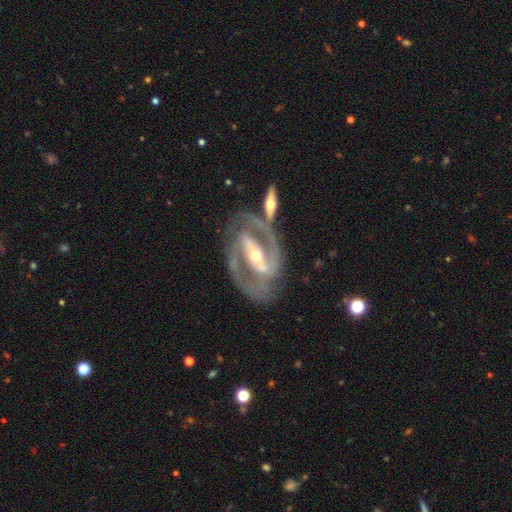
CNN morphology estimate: Smooth or featured: featured or disk — 92% (star or artifact — 4%)
Edge-on disk: no — 95% (yes — 5%)
Bar: strong — 68% (weak — 21%)
Spiral arms: yes — 96% (no — 4%)
Spiral winding: medium — 52% (tight — 37%)
Spiral arm count: 2 — 90% (can't tell — 3%)
Bulge size: moderate — 51% (small — 45%)
Merging: none — 68% (minor disturbance — 14%)